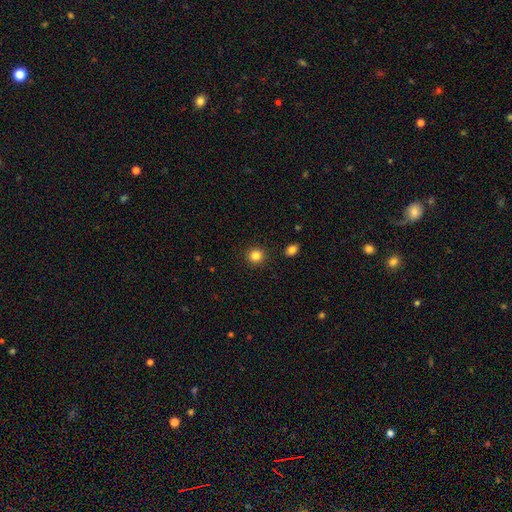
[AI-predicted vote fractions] This is clearly a smooth galaxy (84%). How rounded: clearly round (92%). Merging: clearly none (91%).